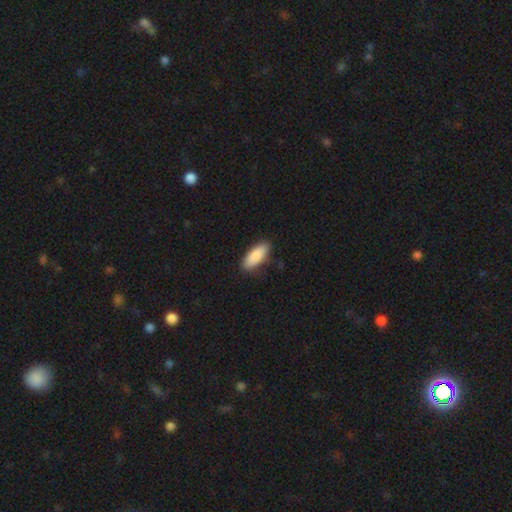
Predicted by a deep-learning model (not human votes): This is clearly a smooth galaxy (88%). How rounded: likely in between (73%). Merging: clearly none (84%).